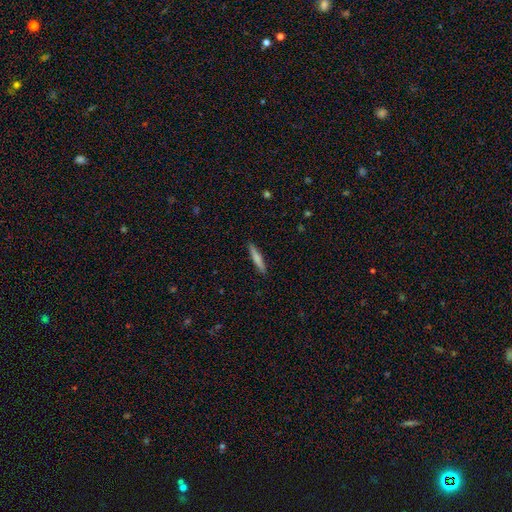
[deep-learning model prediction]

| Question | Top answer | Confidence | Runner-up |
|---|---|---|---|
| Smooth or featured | smooth | 66% | featured or disk (28%) |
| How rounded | cigar-shaped | 93% | in between (5%) |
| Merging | none | 91% | minor disturbance (7%) |